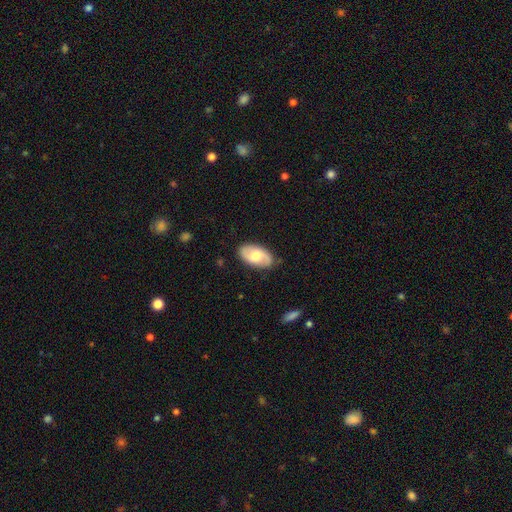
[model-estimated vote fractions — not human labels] Smooth or featured: featured or disk — 54% (smooth — 40%)
Edge-on disk: no — 94% (yes — 6%)
Bar: no — 55% (weak — 37%)
Spiral arms: yes — 81% (no — 19%)
Bulge size: moderate — 65% (large — 17%)
Merging: none — 80% (minor disturbance — 15%)